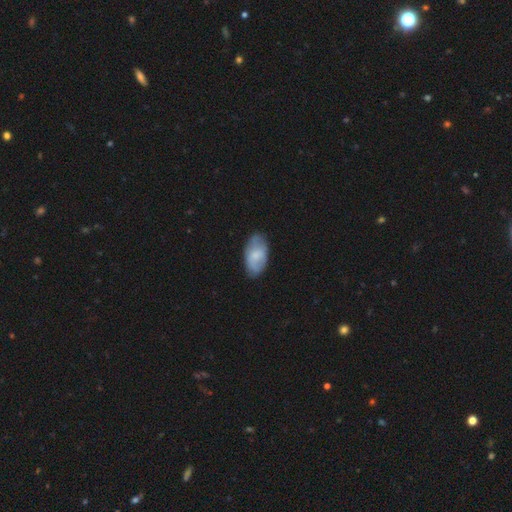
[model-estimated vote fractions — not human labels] Smooth or featured? smooth (69%)
How rounded? in between (95%)
Merging? none (74%)